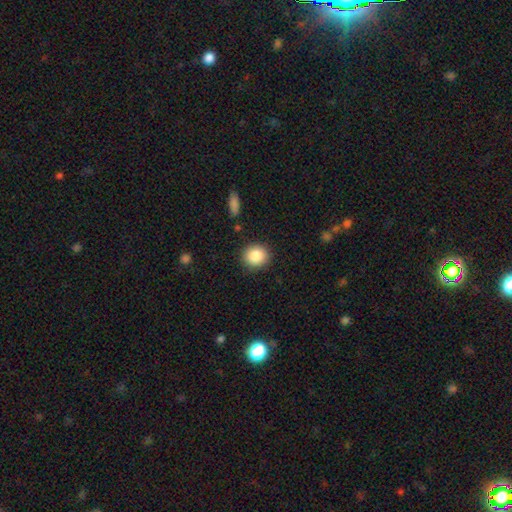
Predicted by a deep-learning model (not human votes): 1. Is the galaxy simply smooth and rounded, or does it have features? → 86% smooth, 8% star or artifact, 5% featured or disk.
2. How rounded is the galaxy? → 85% round, 14% in between, 1% cigar-shaped.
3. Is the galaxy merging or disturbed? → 89% none, 7% minor disturbance, 2% major disturbance, 2% merger.